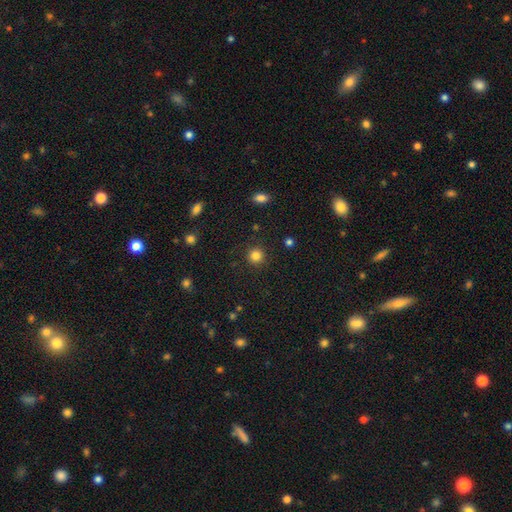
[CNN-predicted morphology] A smooth galaxy with no disk features (83%) that is round (93%). Merging: none (90%).